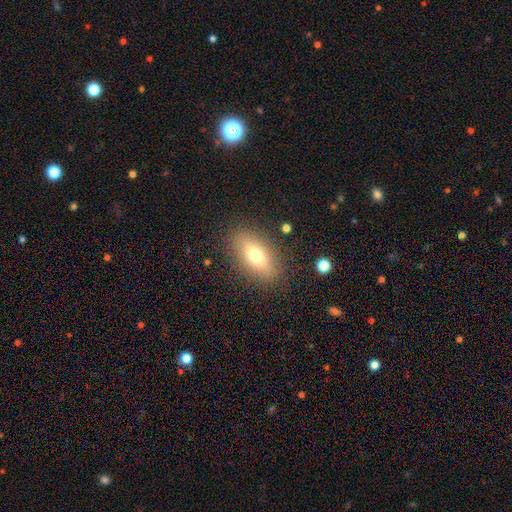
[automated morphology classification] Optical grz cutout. It shows a smooth galaxy with no disk features (69%) that is in between round and cigar-shaped (83%). Merging: none (85%).